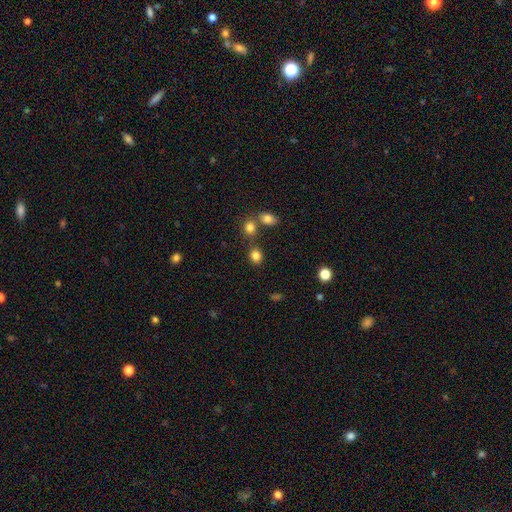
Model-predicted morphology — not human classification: The model was most divided on "how rounded": round: 71%, in between: 28%, cigar-shaped: 1%. More confident: smooth or featured — smooth (82%); merging — none (72%).